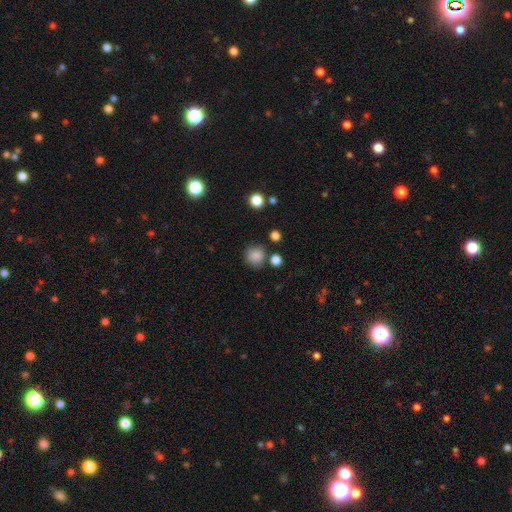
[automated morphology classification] Overall: smooth (85%). How rounded: round (89%). Merging: none (79%).